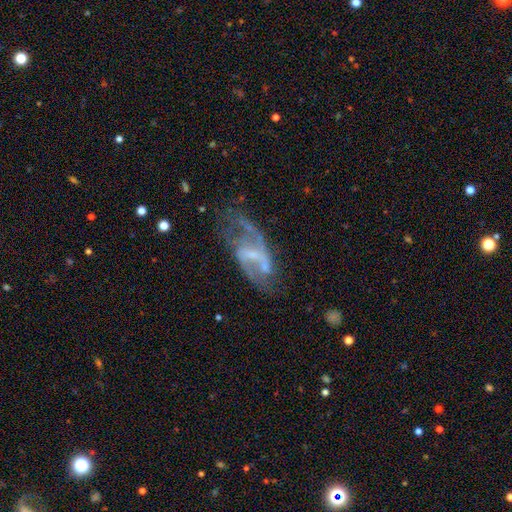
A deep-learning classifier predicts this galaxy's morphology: A featured or disk galaxy (76%) with a weak bar (45%), 2 (71%) loose (48%) spiral arms (81%) and a small central bulge (45%).

Vote fractions:
- Smooth or featured? featured or disk: 76% / smooth: 13% / star or artifact: 10%
- Edge-on disk? no: 93% / yes: 7%
- Bar? weak: 45% / strong: 28% / no: 27%
- Spiral arms? yes: 81% / no: 19%
- Spiral winding? loose: 48% / medium: 37% / tight: 14%
- Spiral arm count? 2: 71% / can't tell: 15% / 1: 7% / 3: 3% / 4: 2% / more than 4: 2%
- Bulge size? small: 45% / none: 36% / moderate: 16% / large: 2% / dominant: 1%
- Merging? none: 51% / minor disturbance: 22% / major disturbance: 21% / merger: 5%